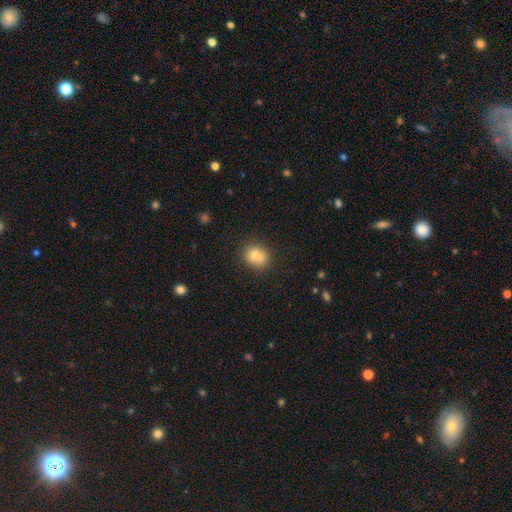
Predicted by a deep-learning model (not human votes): smooth_or_featured: smooth (p=0.81) [alt: star or artifact p=0.10]
how_rounded: round (p=0.66) [alt: in between p=0.33]
merging: none (p=0.81) [alt: minor disturbance p=0.13]